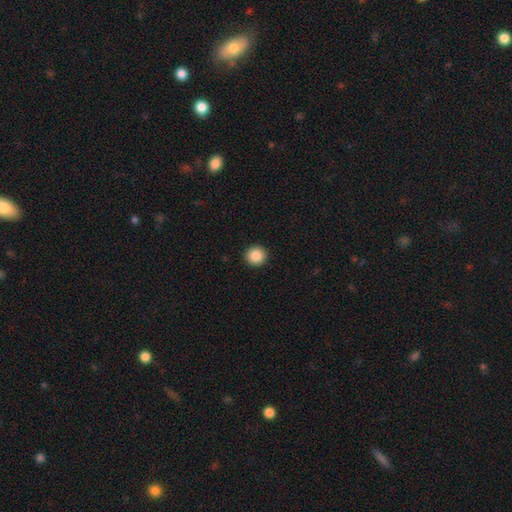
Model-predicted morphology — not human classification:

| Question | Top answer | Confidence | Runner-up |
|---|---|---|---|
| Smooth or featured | smooth | 88% | star or artifact (9%) |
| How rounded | round | 94% | in between (5%) |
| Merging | none | 93% | minor disturbance (4%) |